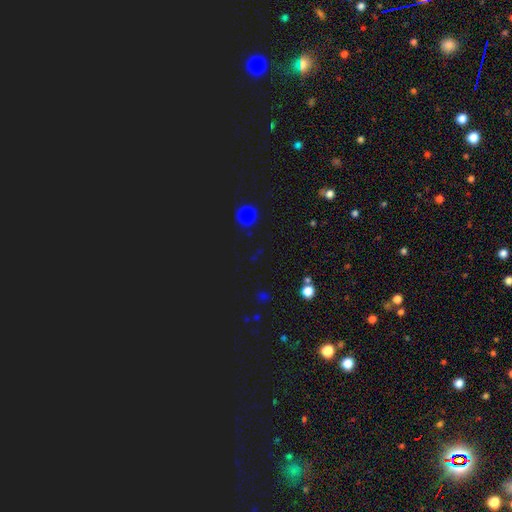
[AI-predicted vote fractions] Morphology: type=star or artifact (56%).